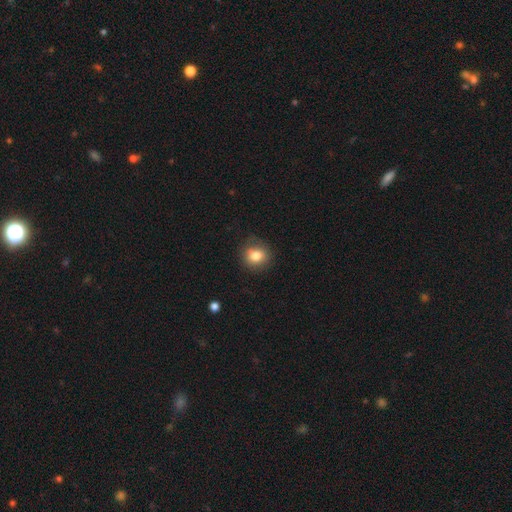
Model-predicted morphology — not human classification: This appears to be a smooth galaxy with no disk features (81%) that is round (82%). Merging: none (82%).